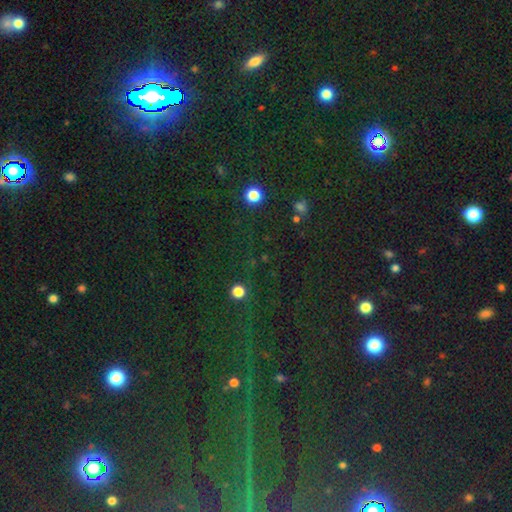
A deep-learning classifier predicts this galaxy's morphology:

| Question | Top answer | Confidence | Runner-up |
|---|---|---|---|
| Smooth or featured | star or artifact | 78% | smooth (15%) |